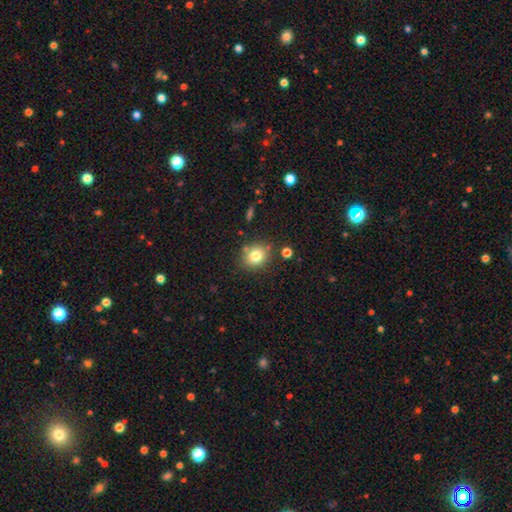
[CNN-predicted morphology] The model was most divided on "how rounded": round: 70%, in between: 29%, cigar-shaped: 1%. More confident: smooth or featured — smooth (78%); merging — none (77%).